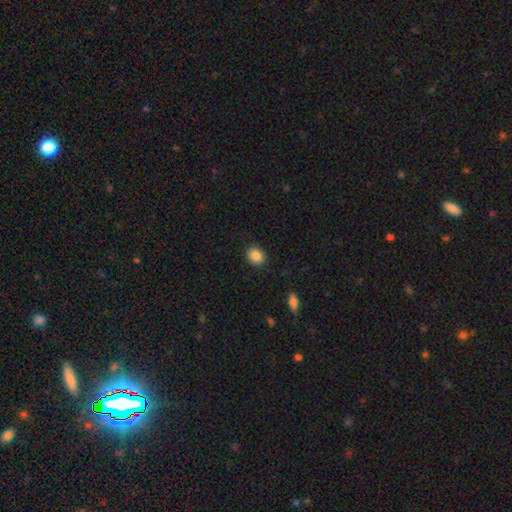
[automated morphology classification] This appears to be a smooth galaxy with no disk features (87%) that is round (65%). Merging: none (89%).